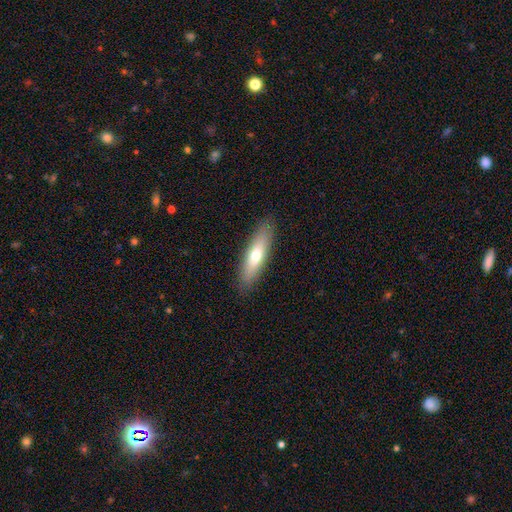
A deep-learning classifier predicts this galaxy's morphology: Overall: smooth (64%; featured or disk 30%). How rounded: cigar-shaped (66%; in between 32%). Merging: none (88%).